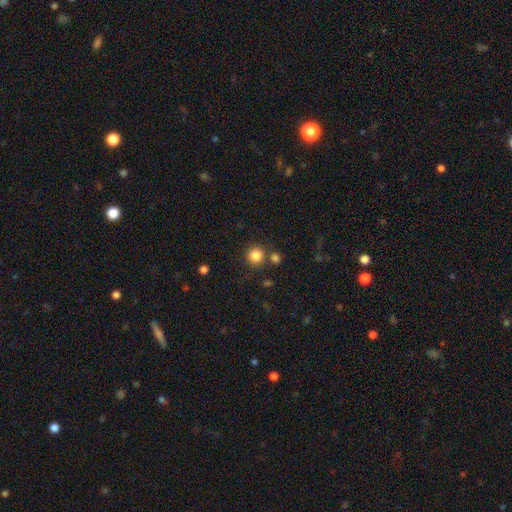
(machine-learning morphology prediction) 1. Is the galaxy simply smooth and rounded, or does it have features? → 85% smooth, 11% star or artifact, 4% featured or disk.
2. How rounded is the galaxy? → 93% round, 6% in between, 1% cigar-shaped.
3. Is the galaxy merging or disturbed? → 80% none, 10% merger, 7% minor disturbance, 3% major disturbance.